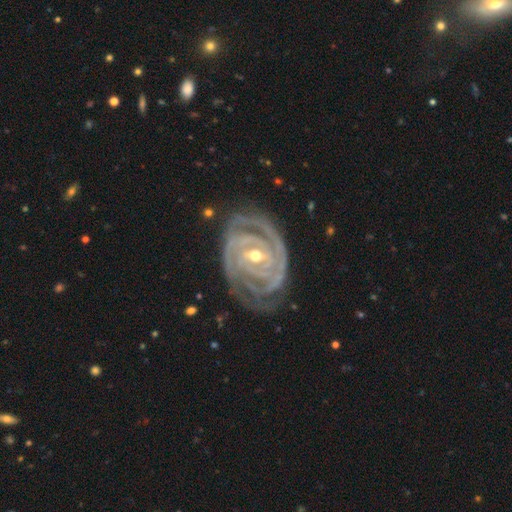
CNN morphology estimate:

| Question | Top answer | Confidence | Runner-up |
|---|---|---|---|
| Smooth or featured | featured or disk | 92% | star or artifact (4%) |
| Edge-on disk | no | 97% | yes (3%) |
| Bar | weak | 39% | no (32%) |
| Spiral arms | yes | 98% | no (2%) |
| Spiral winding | tight | 82% | medium (15%) |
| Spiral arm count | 2 | 43% | 3 (23%) |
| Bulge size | moderate | 56% | small (41%) |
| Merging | none | 71% | minor disturbance (19%) |